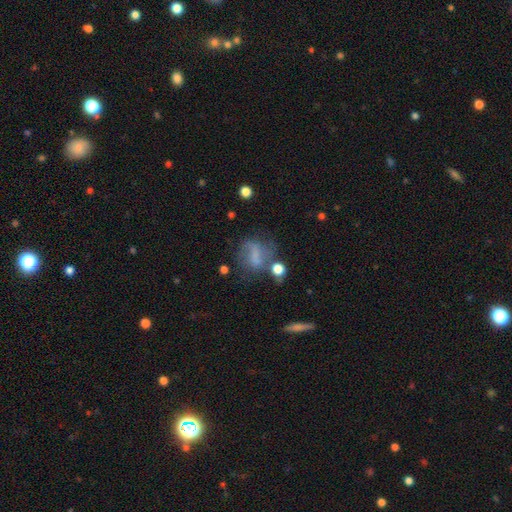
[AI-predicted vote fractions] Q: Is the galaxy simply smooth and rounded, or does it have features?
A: smooth — 48%.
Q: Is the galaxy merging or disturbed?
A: none — 43%.